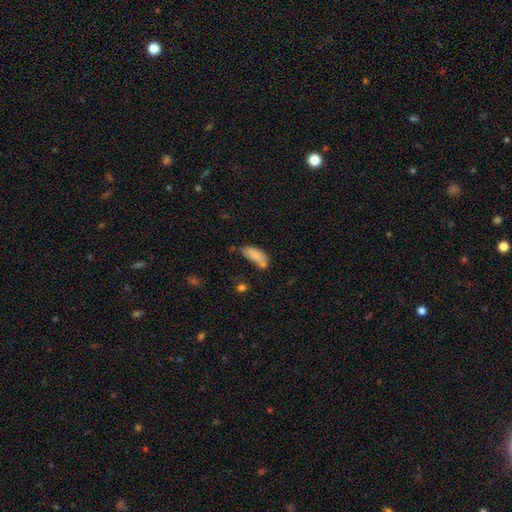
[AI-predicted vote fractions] Q: Smooth or featured?
A: smooth (82%); runner-up: featured or disk (10%)
Q: How rounded?
A: in between (82%); runner-up: cigar-shaped (16%)
Q: Merging?
A: none (47%); runner-up: minor disturbance (25%)